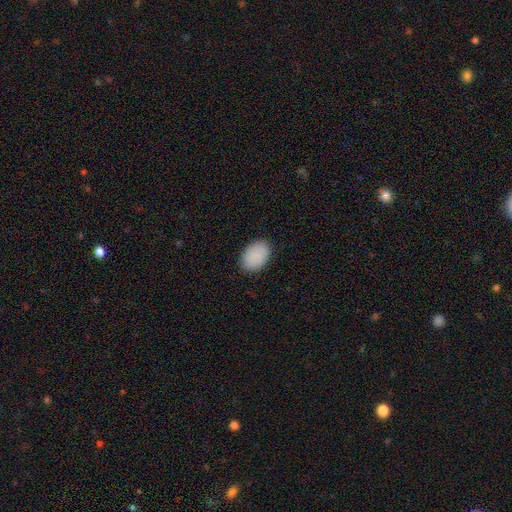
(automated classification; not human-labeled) A smooth galaxy with no disk features (90%) that is in between round and cigar-shaped (88%).

Vote fractions:
- Smooth or featured? smooth: 90% / star or artifact: 7% / featured or disk: 3%
- How rounded? in between: 88% / round: 11% / cigar-shaped: 1%
- Merging? none: 88% / minor disturbance: 9% / major disturbance: 2% / merger: 1%